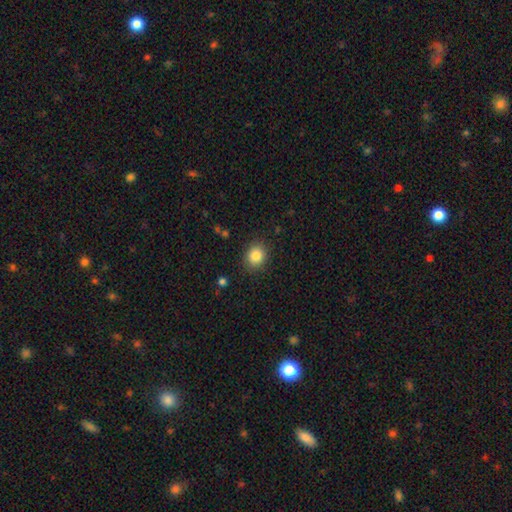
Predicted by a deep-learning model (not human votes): The model was most divided on "how rounded": round: 71%, in between: 28%, cigar-shaped: 1%. More confident: merging — none (88%); smooth or featured — smooth (84%).